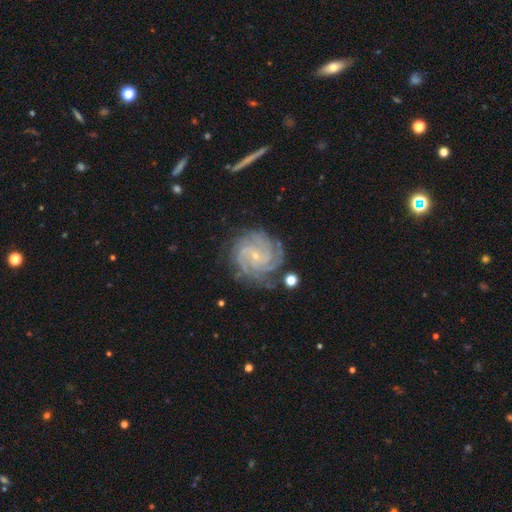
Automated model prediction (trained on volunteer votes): Smooth or featured? featured or disk (88%)
Edge-on disk? no (98%)
Bar? no (66%)
Spiral arms? yes (98%)
Spiral winding? tight (76%)
Spiral arm count? 4 (36%)
Bulge size? small (85%)
Merging? none (77%)